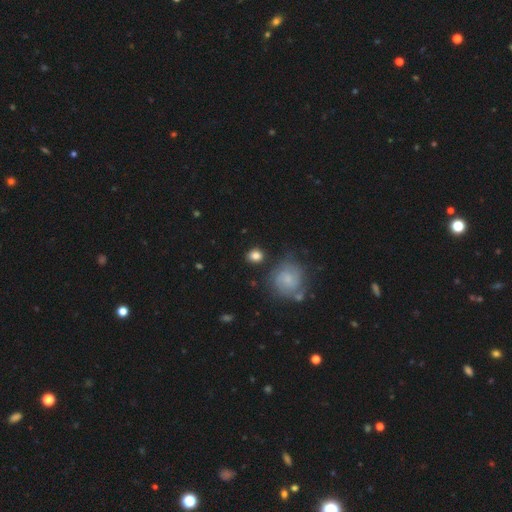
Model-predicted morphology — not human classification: Smooth or featured: smooth — 78% (featured or disk — 14%)
How rounded: round — 69% (in between — 29%)
Merging: none — 81% (minor disturbance — 11%)